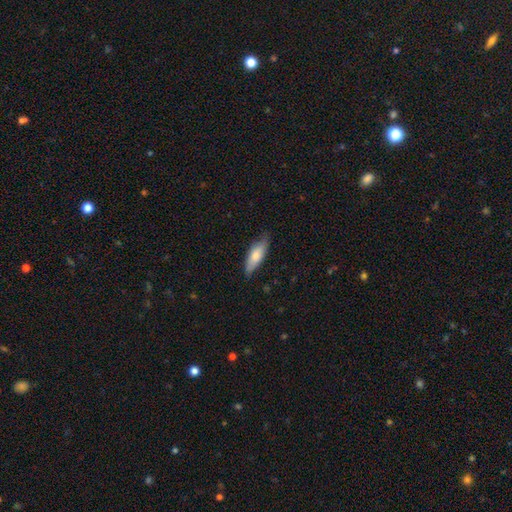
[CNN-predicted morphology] This appears to be a smooth galaxy with no disk features (73%) that is in between round and cigar-shaped (63%). Merging: none (73%).